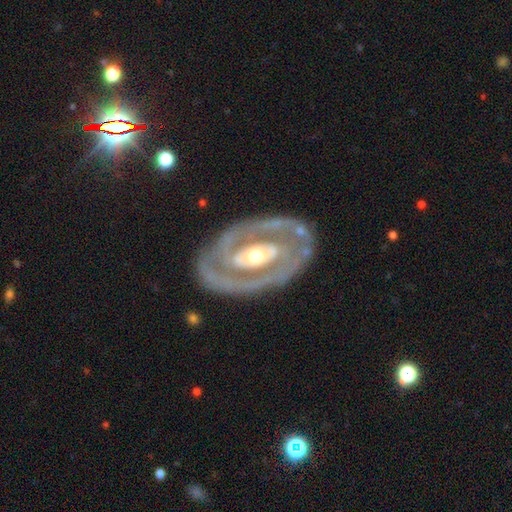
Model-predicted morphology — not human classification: Smooth or featured: featured or disk — 86% (smooth — 11%)
Edge-on disk: no — 95% (yes — 5%)
Bar: no — 49% (weak — 27%)
Spiral arms: yes — 70% (no — 30%)
Spiral winding: tight — 59% (medium — 30%)
Spiral arm count: 2 — 72% (can't tell — 14%)
Bulge size: moderate — 69% (small — 18%)
Merging: none — 77% (minor disturbance — 14%)